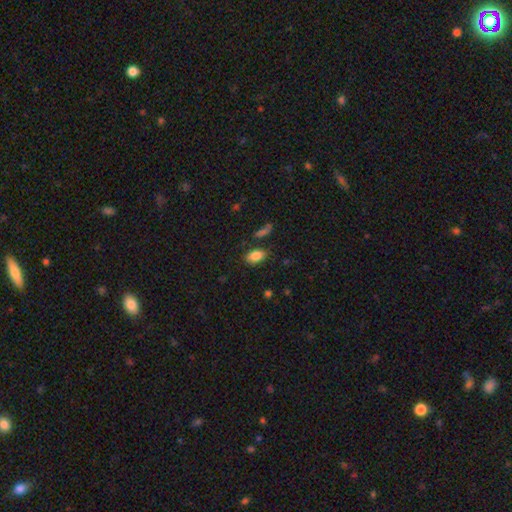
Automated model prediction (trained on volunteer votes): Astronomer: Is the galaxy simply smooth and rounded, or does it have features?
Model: smooth — 84%.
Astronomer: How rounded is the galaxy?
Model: in between — 89%.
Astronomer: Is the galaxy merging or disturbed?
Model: none — 79%.